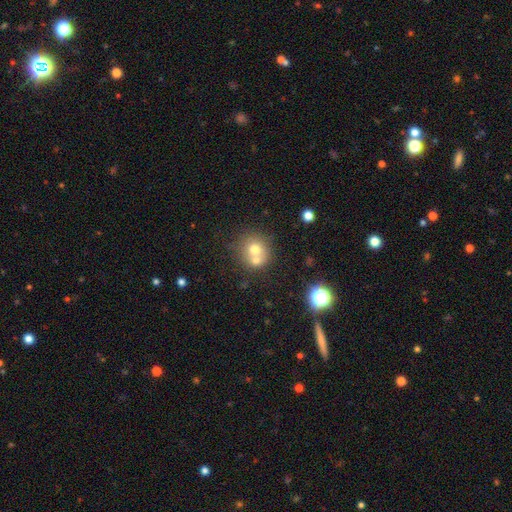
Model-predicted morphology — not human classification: smooth 67%, featured or disk 21%, star or artifact 13%. Down the decision tree: how rounded — round (85%); merging — merger (49%).